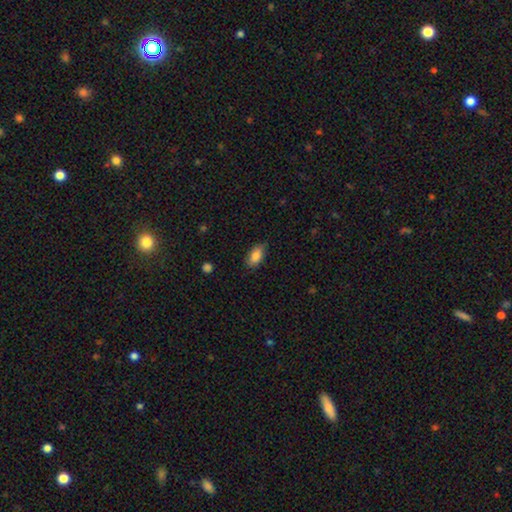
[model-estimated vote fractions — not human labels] The model was most divided on "merging": none: 77%, minor disturbance: 19%, major disturbance: 3%, merger: 1%. More confident: how rounded — in between (90%); smooth or featured — smooth (85%).